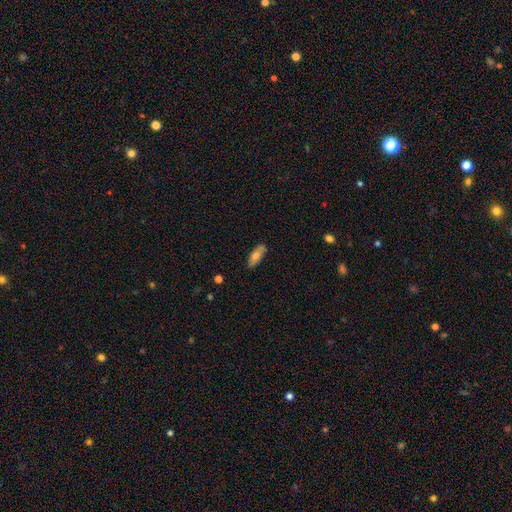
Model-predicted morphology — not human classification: Smooth or featured? Predicted: smooth (p=0.69). How rounded? Predicted: in between (p=0.71). Merging? Predicted: none (p=0.80).